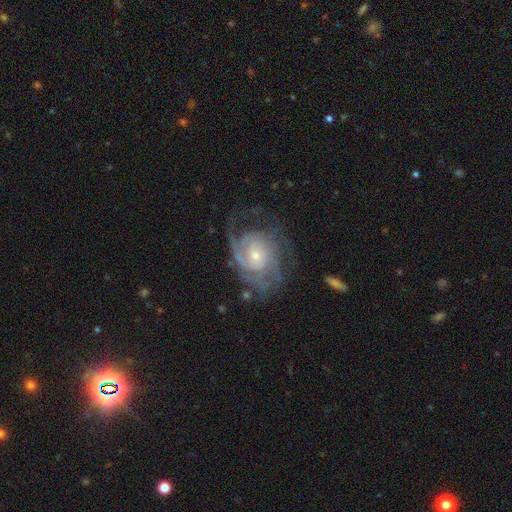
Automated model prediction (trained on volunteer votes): A featured or disk galaxy (86%) with no bar (69%), tight (59%) spiral arms (95%) and a small central bulge (67%). Merging: none (59%).